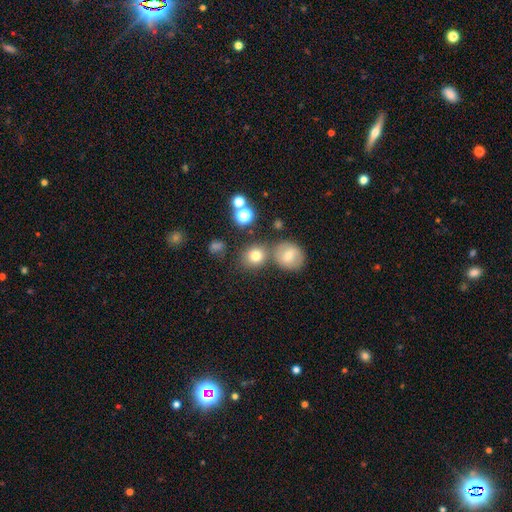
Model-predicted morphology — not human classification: Smooth or featured? Predicted: smooth (p=0.75). How rounded? Predicted: round (p=0.79). Merging? Predicted: none (p=0.64).